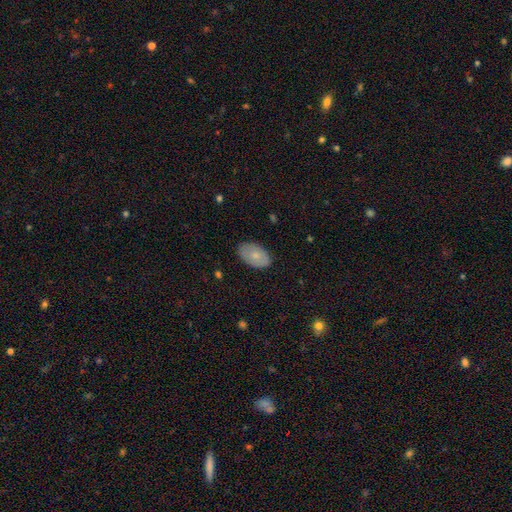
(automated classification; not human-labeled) A smooth galaxy with no disk features (73%) that is in between round and cigar-shaped (92%).

Vote fractions:
- Smooth or featured? smooth: 73% / featured or disk: 21% / star or artifact: 6%
- How rounded? in between: 92% / round: 7% / cigar-shaped: 1%
- Merging? none: 84% / minor disturbance: 13% / major disturbance: 3% / merger: 1%